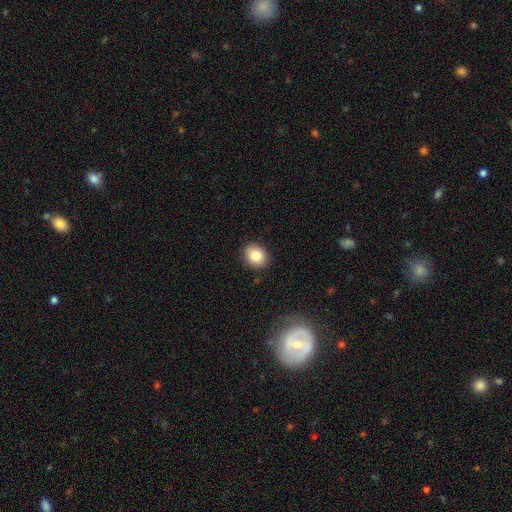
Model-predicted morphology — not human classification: smooth-or-featured: smooth: 82% | star or artifact: 9% | featured or disk: 8%
  how-rounded: round: 66% | in between: 33% | cigar-shaped: 1%
  merging: none: 89% | minor disturbance: 8% | major disturbance: 2% | merger: 1%